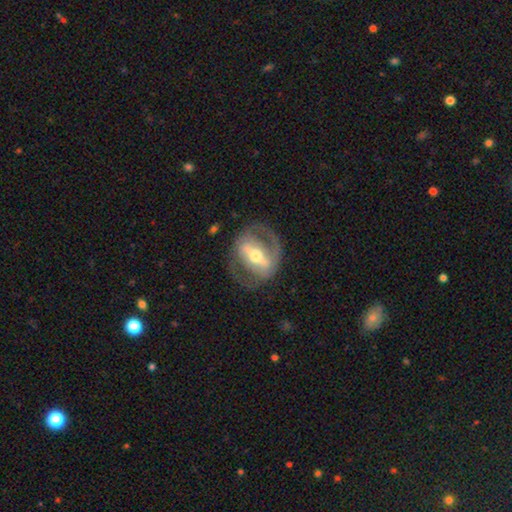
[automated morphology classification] Overall: featured or disk (81%). Edge-on disk: no (92%). Bar: strong (67%). Spiral arms: yes (69%; no 31%). Spiral arm count: 2 (81%). Spiral winding: medium (46%; tight 36%). Bulge size: moderate (68%). Merging: none (72%).